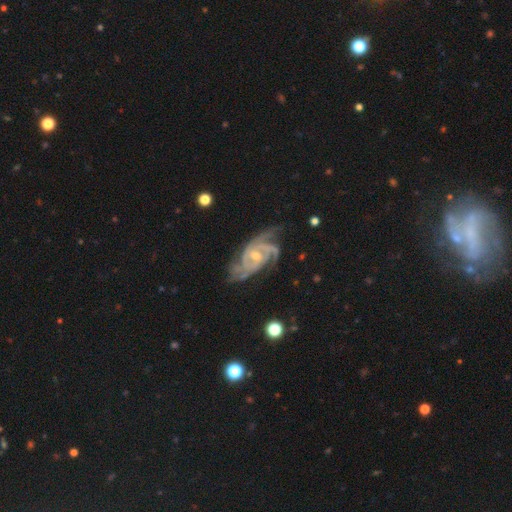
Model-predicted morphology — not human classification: Smooth or featured: featured or disk — 92% (star or artifact — 4%)
Edge-on disk: no — 97% (yes — 3%)
Bar: no — 50% (weak — 37%)
Spiral arms: yes — 98% (no — 2%)
Spiral winding: tight — 52% (medium — 40%)
Spiral arm count: 3 — 41% (2 — 23%)
Bulge size: small — 54% (moderate — 43%)
Merging: none — 62% (minor disturbance — 23%)